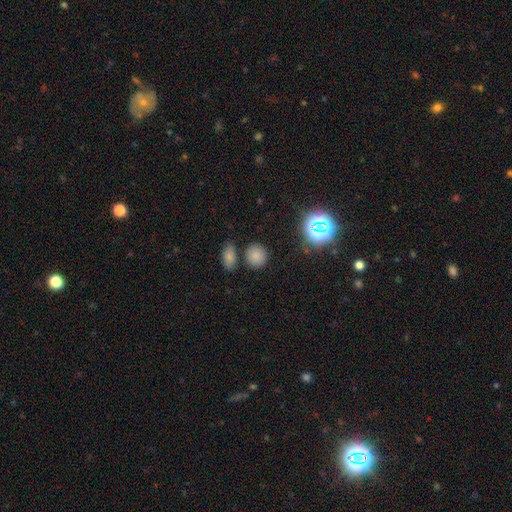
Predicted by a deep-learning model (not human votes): This is likely a smooth galaxy (78%). How rounded: clearly round (83%). Merging: likely none (79%).